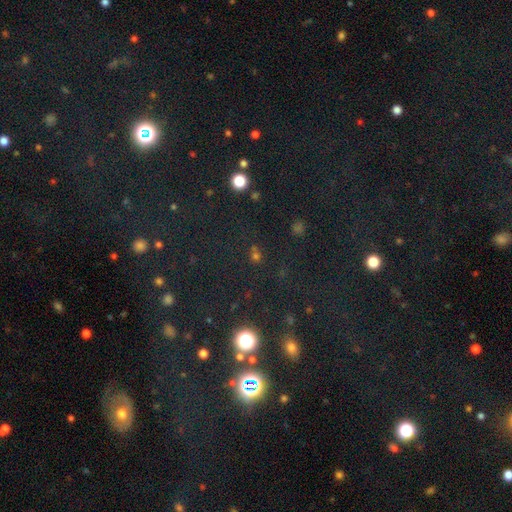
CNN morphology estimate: type=star or artifact (63%).